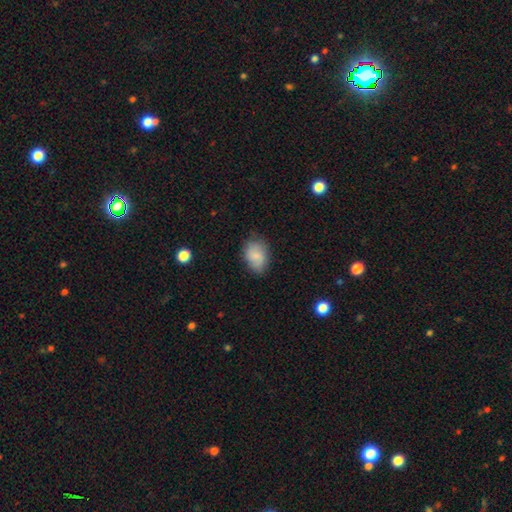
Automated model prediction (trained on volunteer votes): Morphology: type=smooth (79%); roundness=in between (76%); merging=none (74%).